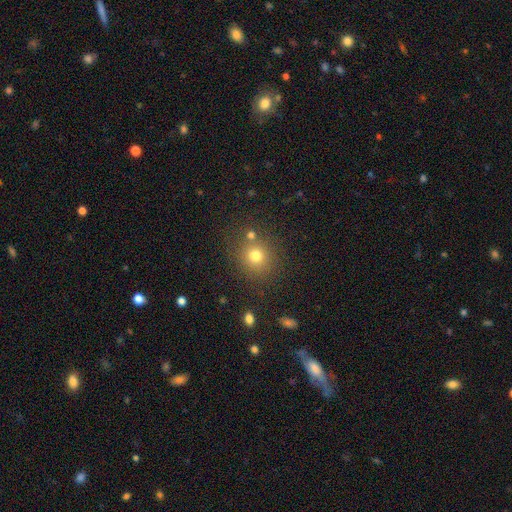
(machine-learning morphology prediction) type=smooth (75%); roundness=round (86%); merging=none (76%).